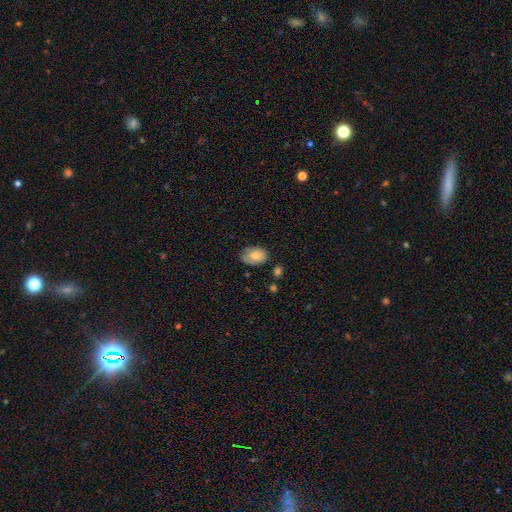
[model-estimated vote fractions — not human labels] smooth-or-featured: smooth: 73% | featured or disk: 20% | star or artifact: 7%
  how-rounded: in between: 83% | round: 16% | cigar-shaped: 1%
  merging: none: 68% | minor disturbance: 24% | major disturbance: 5% | merger: 3%